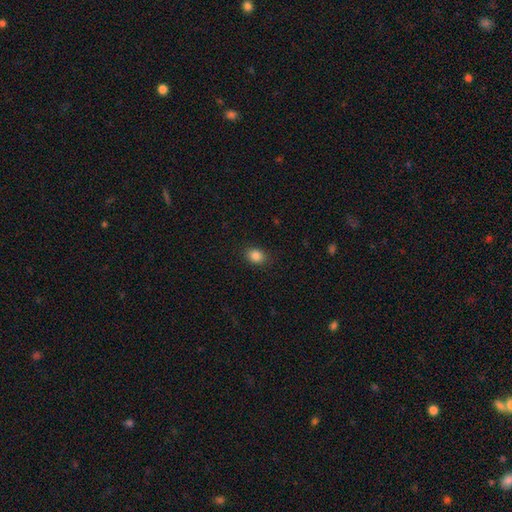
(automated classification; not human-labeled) The model was most divided on "how rounded": in between: 54%, round: 45%, cigar-shaped: 1%. More confident: merging — none (88%); smooth or featured — smooth (85%).